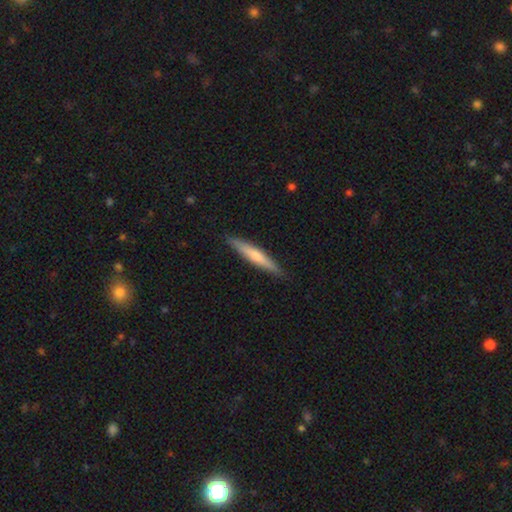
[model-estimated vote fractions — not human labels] The model was most divided on "smooth or featured": smooth: 59%, featured or disk: 36%, star or artifact: 5%. More confident: how rounded — cigar-shaped (93%); merging — none (90%).